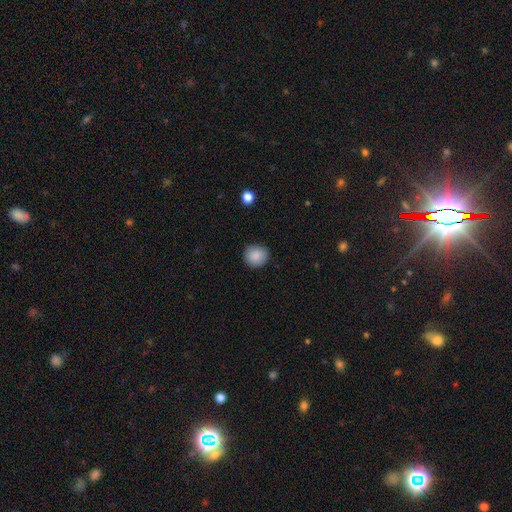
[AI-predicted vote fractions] A smooth galaxy with no disk features (88%) that is round (90%).

Vote fractions:
- Smooth or featured? smooth: 88% / star or artifact: 8% / featured or disk: 4%
- How rounded? round: 90% / in between: 9% / cigar-shaped: 1%
- Merging? none: 89% / minor disturbance: 8% / major disturbance: 2% / merger: 1%